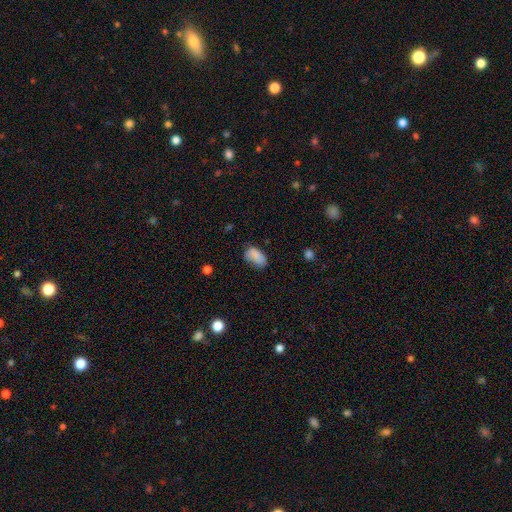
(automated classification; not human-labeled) Smooth or featured?
  - smooth: 85% *
  - star or artifact: 9%
  - featured or disk: 6%
How rounded?
  - in between: 92% *
  - round: 5%
  - cigar-shaped: 2%
Merging?
  - none: 61% *
  - minor disturbance: 29%
  - major disturbance: 8%
  - merger: 2%